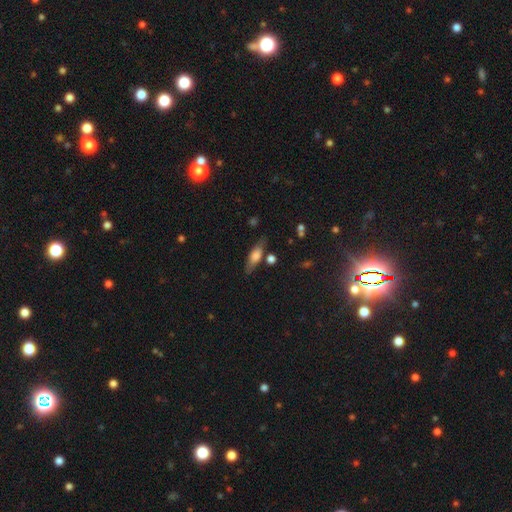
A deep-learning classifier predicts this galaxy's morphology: Smooth or featured: smooth — 62% (featured or disk — 30%)
How rounded: in between — 54% (cigar-shaped — 42%)
Merging: none — 74% (minor disturbance — 17%)